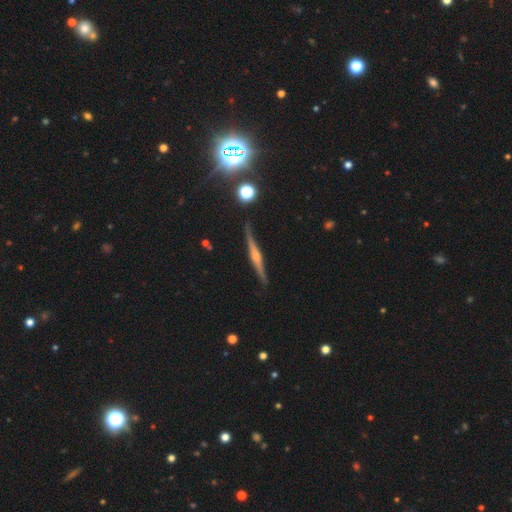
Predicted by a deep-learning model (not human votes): featured or disk 78%, smooth 15%, star or artifact 7%. Down the decision tree: edge-on disk — yes (98%); edge-on bulge — rounded (80%); merging — none (88%).